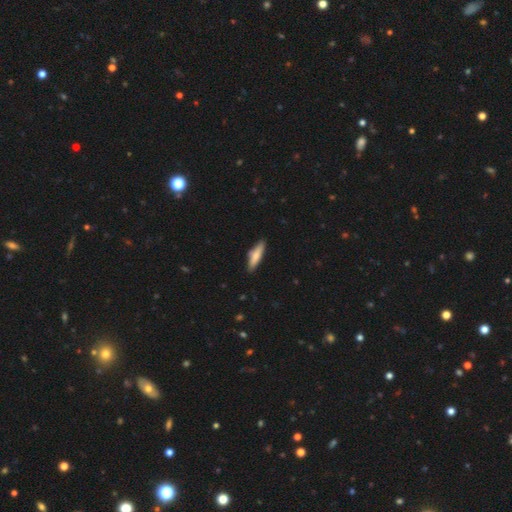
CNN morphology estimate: type=smooth (72%); roundness=cigar-shaped (75%); merging=none (83%).